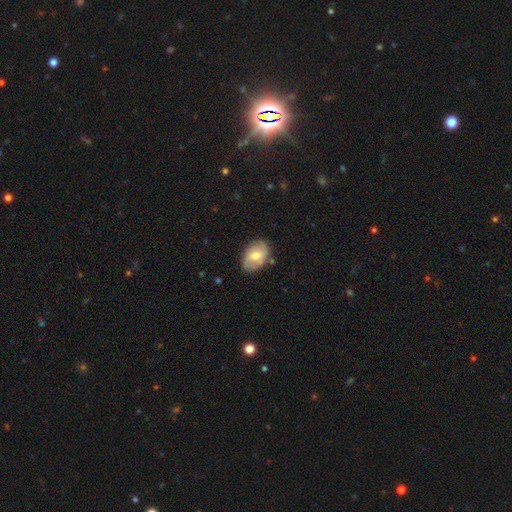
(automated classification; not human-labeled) This is possibly a smooth galaxy (59%). How rounded: clearly in between (84%). Merging: likely none (76%).